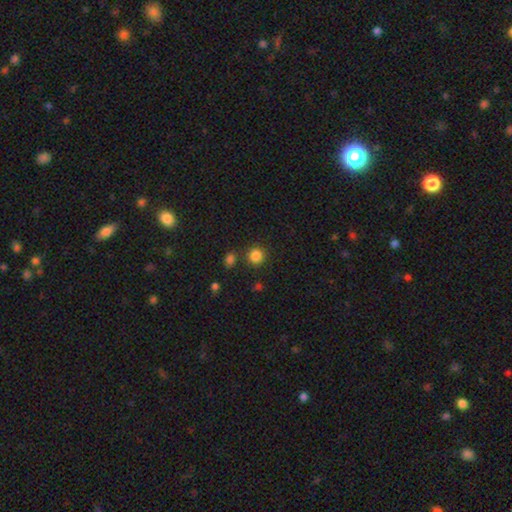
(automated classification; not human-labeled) Smooth or featured: smooth — 84% (star or artifact — 12%)
How rounded: round — 92% (in between — 7%)
Merging: none — 82% (minor disturbance — 7%)